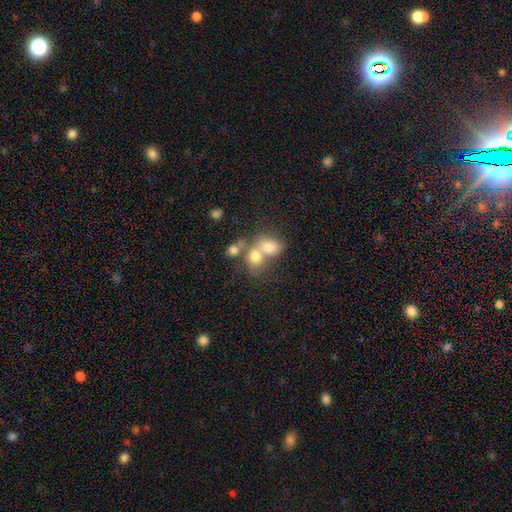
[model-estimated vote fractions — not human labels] smooth 53%, featured or disk 24%, star or artifact 23%. Down the decision tree: how rounded — round (56%); merging — merger (62%).